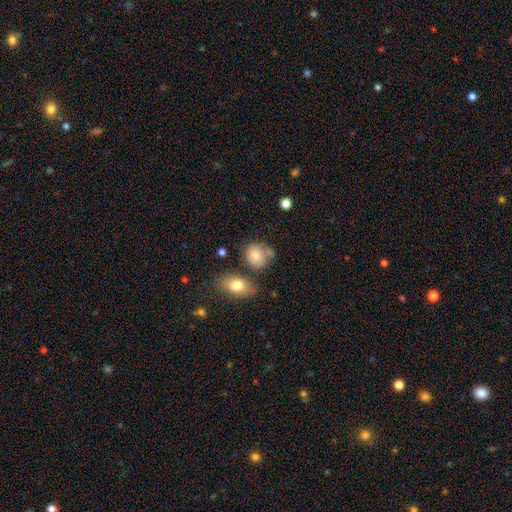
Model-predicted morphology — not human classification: The model was most divided on "how rounded": round: 65%, in between: 34%, cigar-shaped: 1%. More confident: smooth or featured — smooth (76%); merging — none (56%).